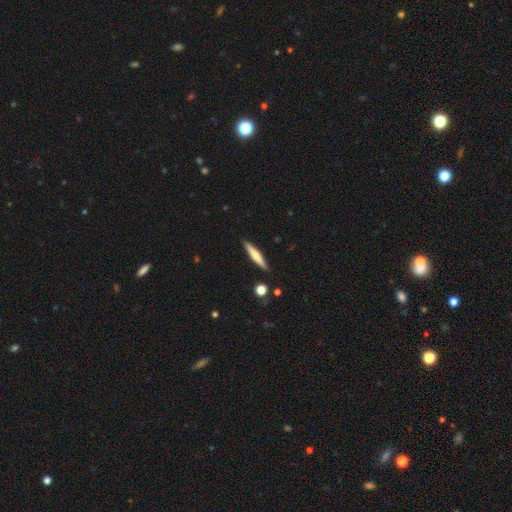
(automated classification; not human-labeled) Morphology: type=smooth (54%); roundness=cigar-shaped (92%); merging=none (90%).